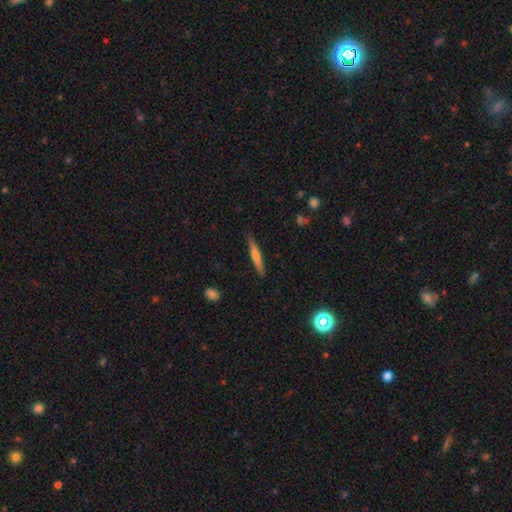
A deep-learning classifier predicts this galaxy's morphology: type=featured or disk (48%); merging=none (89%).